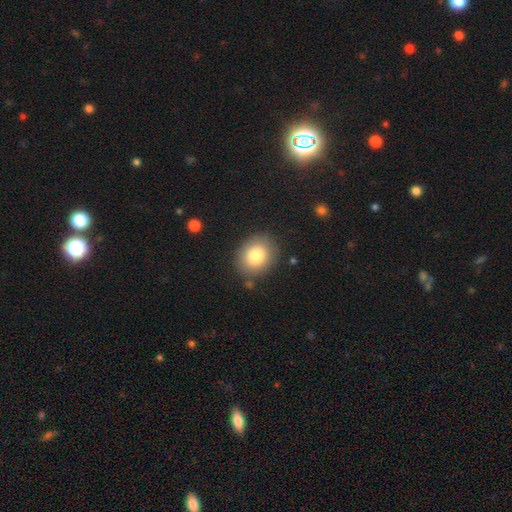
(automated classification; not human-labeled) Smooth or featured? smooth (83%)
How rounded? round (60%)
Merging? none (83%)